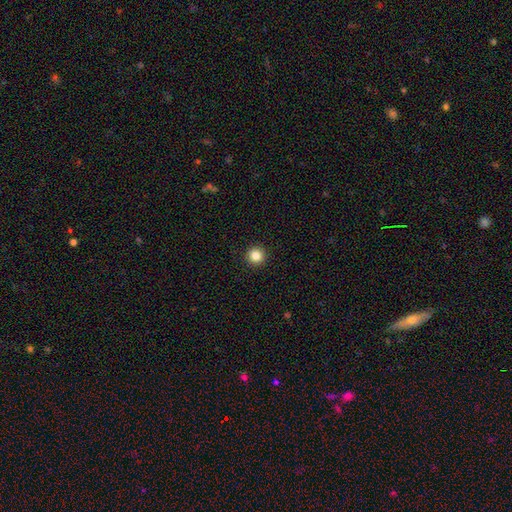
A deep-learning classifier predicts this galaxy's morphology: Q: Smooth or featured?
A: smooth (84%); runner-up: star or artifact (11%)
Q: How rounded?
A: round (96%); runner-up: in between (3%)
Q: Merging?
A: none (94%); runner-up: minor disturbance (4%)